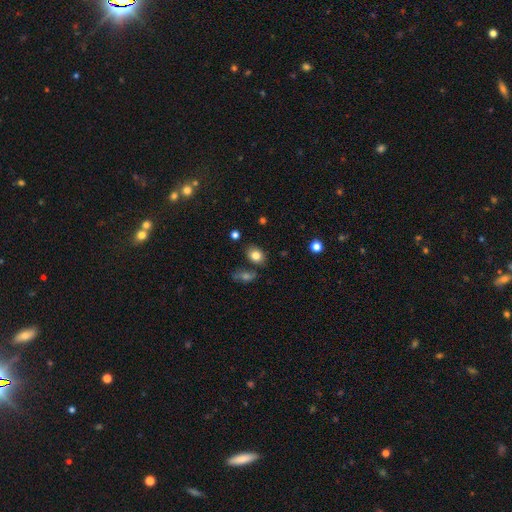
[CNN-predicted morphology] Overall: smooth (82%). How rounded: in between (62%; round 36%). Merging: none (75%).